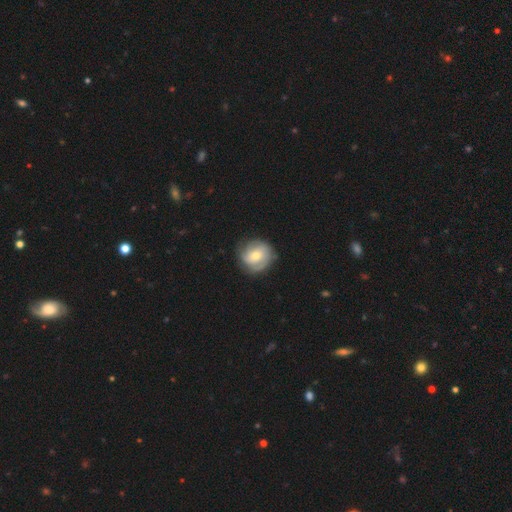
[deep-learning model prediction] smooth_or_featured: featured or disk (p=0.51) [alt: smooth p=0.43]
disk_edge_on: no (p=0.97) [alt: yes p=0.03]
merging: none (p=0.74) [alt: minor disturbance p=0.18]